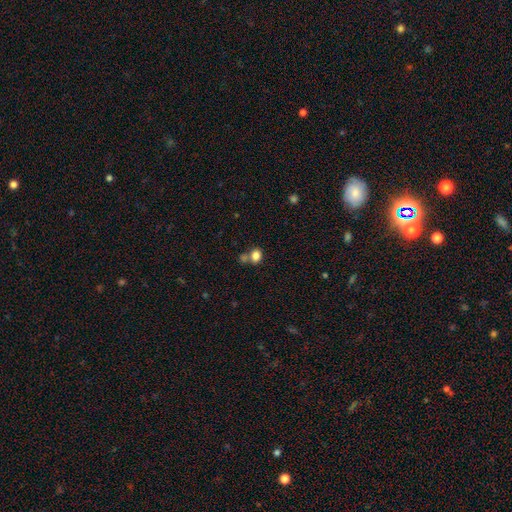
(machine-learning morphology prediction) smooth_or_featured: smooth (p=0.82) [alt: star or artifact p=0.11]
how_rounded: round (p=0.50) [alt: in between p=0.49]
merging: none (p=0.54) [alt: merger p=0.29]